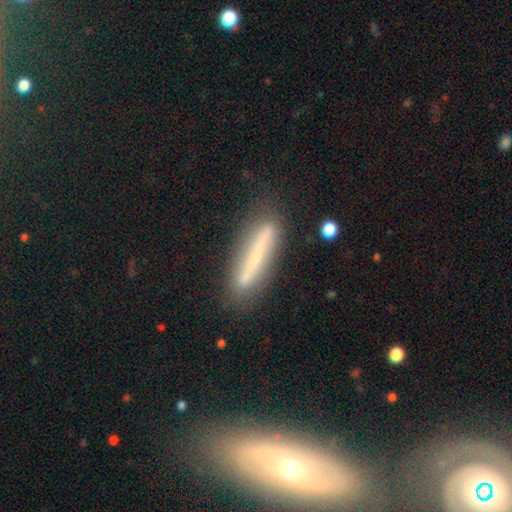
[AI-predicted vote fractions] smooth_or_featured: smooth (p=0.54) [alt: featured or disk p=0.37]
how_rounded: cigar-shaped (p=0.90) [alt: in between p=0.09]
merging: none (p=0.77) [alt: minor disturbance p=0.15]